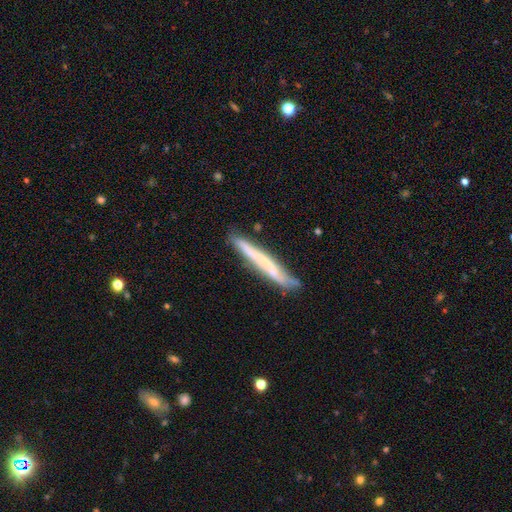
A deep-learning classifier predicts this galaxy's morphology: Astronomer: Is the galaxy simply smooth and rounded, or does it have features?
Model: featured or disk — 48% (runner-up: smooth, 45%).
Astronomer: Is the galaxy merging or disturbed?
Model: none — 79%.